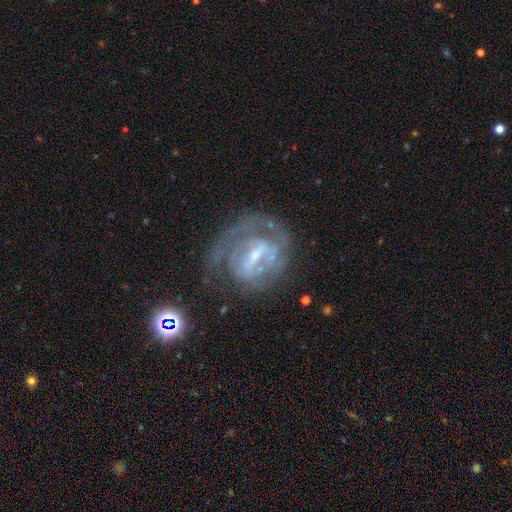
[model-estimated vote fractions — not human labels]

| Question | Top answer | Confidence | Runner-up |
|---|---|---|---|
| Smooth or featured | featured or disk | 80% | smooth (12%) |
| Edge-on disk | no | 96% | yes (4%) |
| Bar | weak | 44% | strong (41%) |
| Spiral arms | yes | 78% | no (22%) |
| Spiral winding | tight | 56% | medium (32%) |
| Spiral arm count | can't tell | 35% | 2 (32%) |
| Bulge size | small | 52% | moderate (30%) |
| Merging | none | 52% | major disturbance (25%) |